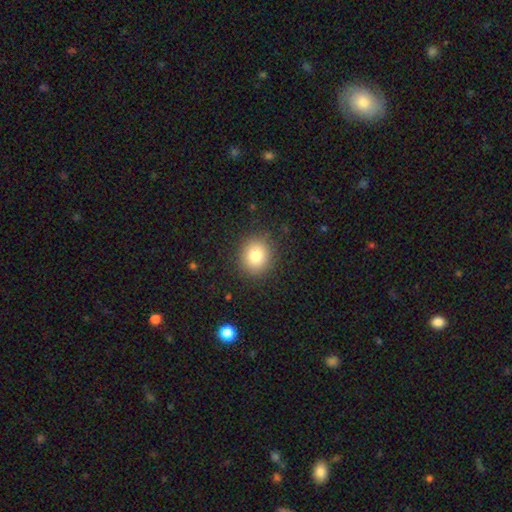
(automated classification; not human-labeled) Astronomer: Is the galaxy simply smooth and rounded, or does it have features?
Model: smooth — 82%.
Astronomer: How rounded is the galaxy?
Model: round — 75%.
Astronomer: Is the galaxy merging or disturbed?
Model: none — 88%.